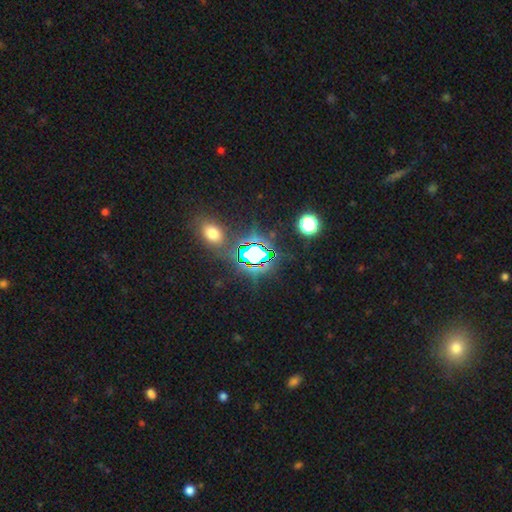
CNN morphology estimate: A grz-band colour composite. It shows a star or artifact, not a galaxy (73%).